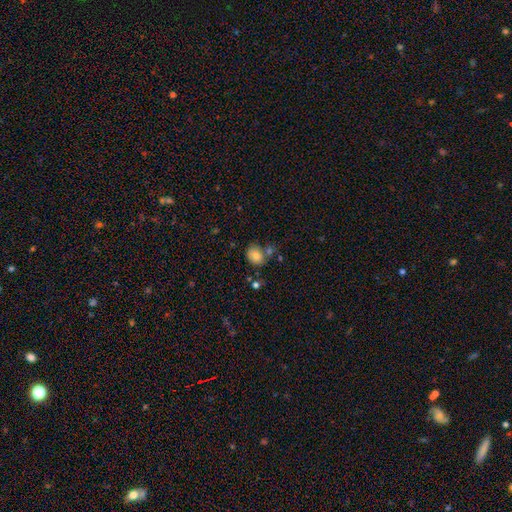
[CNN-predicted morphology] Smooth or featured: smooth — 82% (star or artifact — 10%)
How rounded: in between — 52% (round — 47%)
Merging: none — 61% (minor disturbance — 18%)